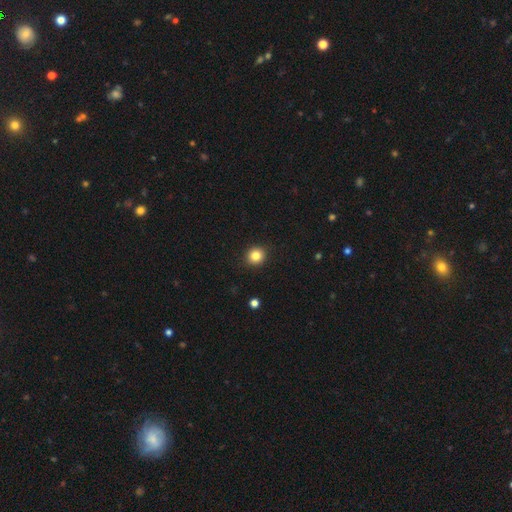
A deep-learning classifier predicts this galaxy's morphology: Smooth or featured: smooth — 84% (star or artifact — 11%)
How rounded: round — 89% (in between — 10%)
Merging: none — 92% (minor disturbance — 5%)